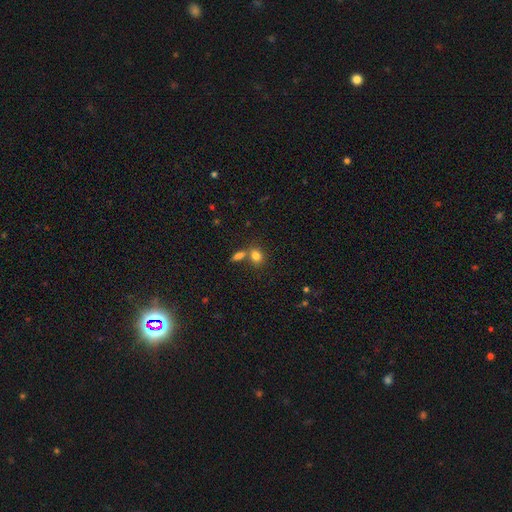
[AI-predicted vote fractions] Overall: smooth (80%). How rounded: in between (50%; round 47%). Merging: none (52%; merger 34%).